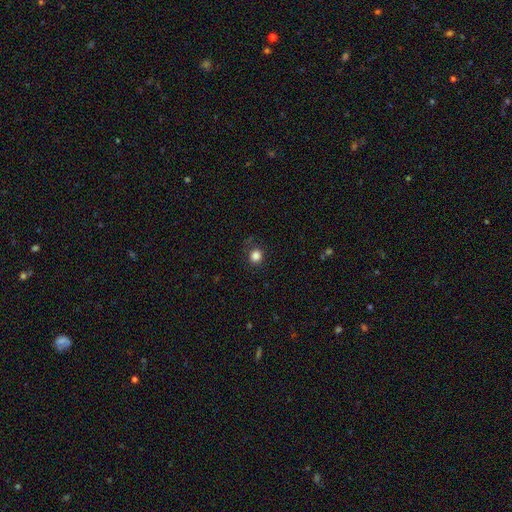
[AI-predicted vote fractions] smooth 84%, star or artifact 12%, featured or disk 4%. Down the decision tree: how rounded — round (89%); merging — none (83%).